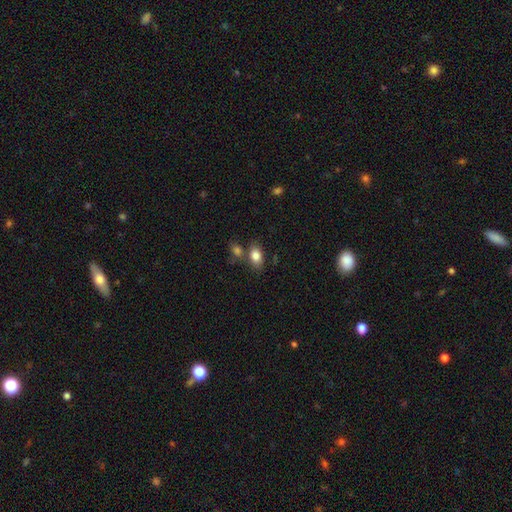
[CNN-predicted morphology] Q: Smooth or featured?
A: smooth (82%); runner-up: featured or disk (9%)
Q: How rounded?
A: in between (85%); runner-up: round (12%)
Q: Merging?
A: none (65%); runner-up: merger (18%)